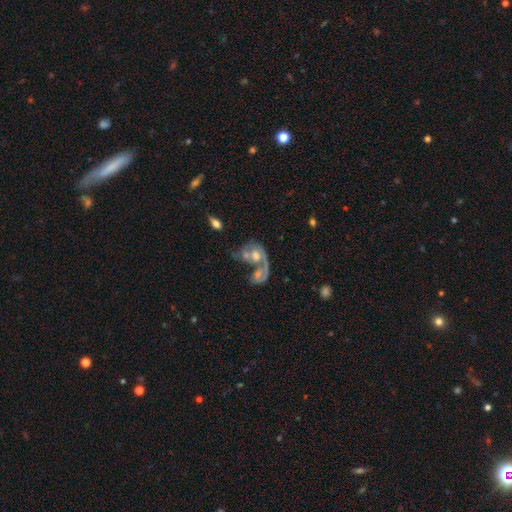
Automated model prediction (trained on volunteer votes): This appears to be a featured or disk galaxy (67%) with no bar (73%), spiral arms (70%) and a moderate central bulge (53%). Merging: merger (67%).